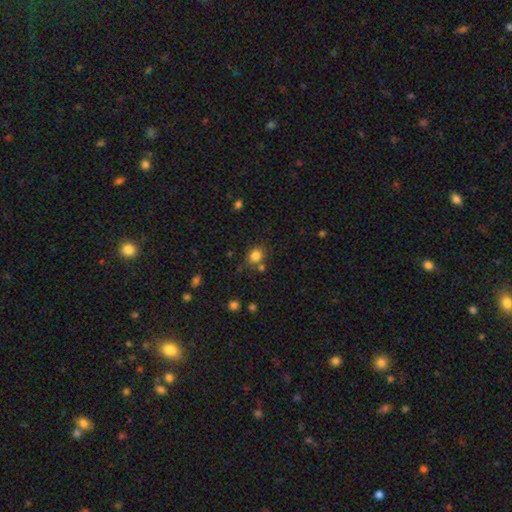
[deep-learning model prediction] Smooth or featured? Predicted: smooth (p=0.82). How rounded? Predicted: round (p=0.66). Merging? Predicted: none (p=0.70).